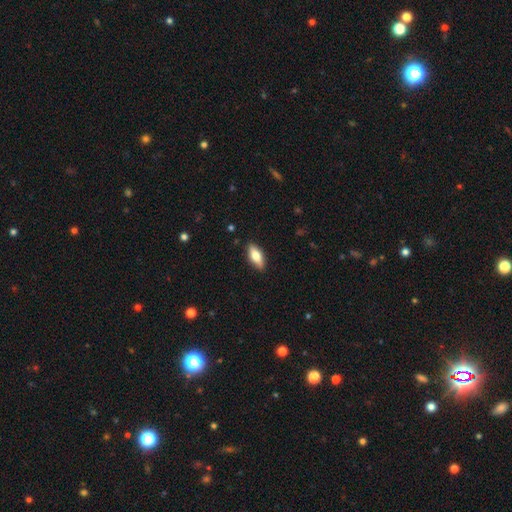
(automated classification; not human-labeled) smooth 70%, featured or disk 24%, star or artifact 6%. Down the decision tree: how rounded — in between (76%); merging — none (88%).